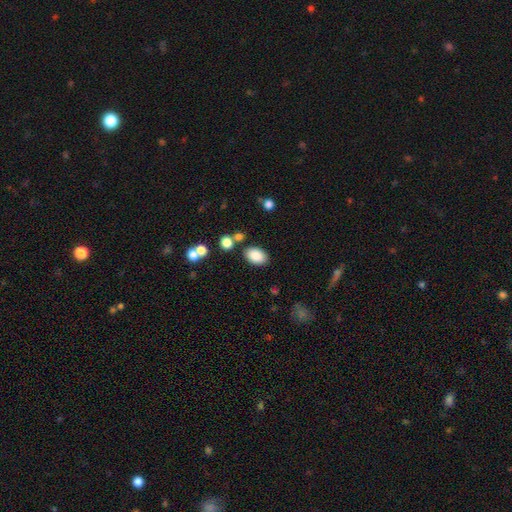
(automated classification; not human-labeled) smooth-or-featured: smooth: 87% | star or artifact: 8% | featured or disk: 6%
  how-rounded: in between: 87% | round: 12% | cigar-shaped: 1%
  merging: none: 82% | minor disturbance: 10% | merger: 5% | major disturbance: 3%